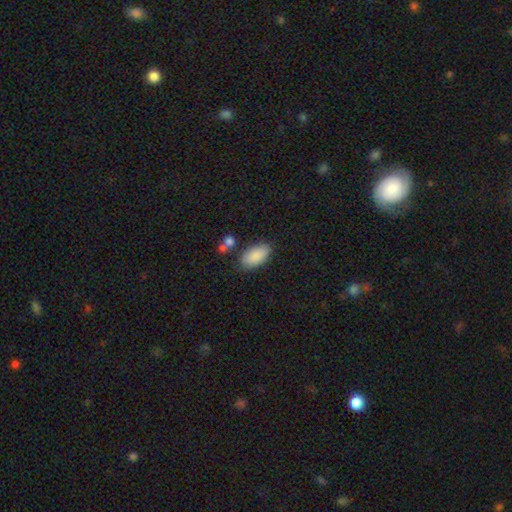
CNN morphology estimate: Overall: smooth (88%). How rounded: in between (93%). Merging: none (76%).